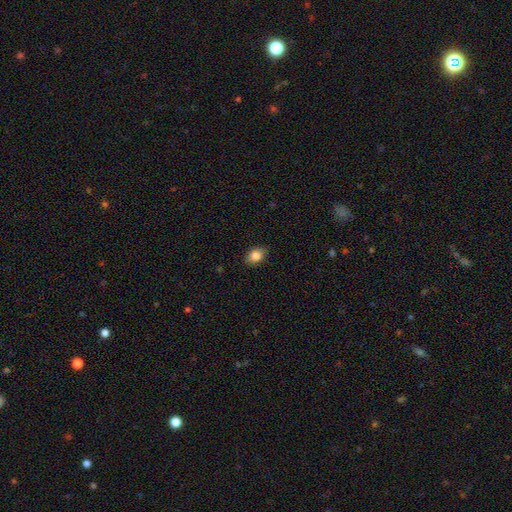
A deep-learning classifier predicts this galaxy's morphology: type=smooth (85%); roundness=in between (76%); merging=none (86%).